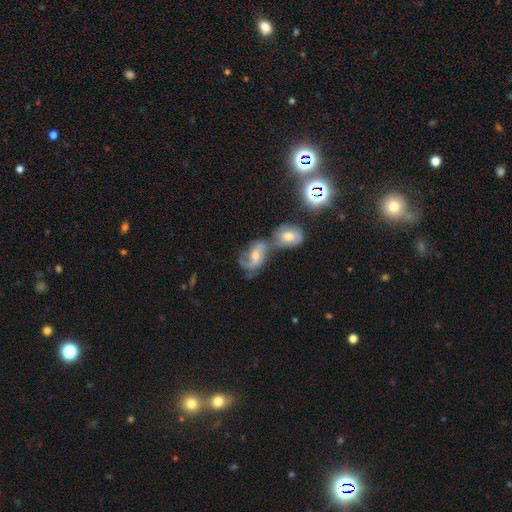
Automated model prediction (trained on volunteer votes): This appears to be a featured or disk galaxy (69%) with a weak bar (42%), 2 (69%) medium (45%) spiral arms (90%) and a moderate central bulge (63%). Merging: merger (51%).